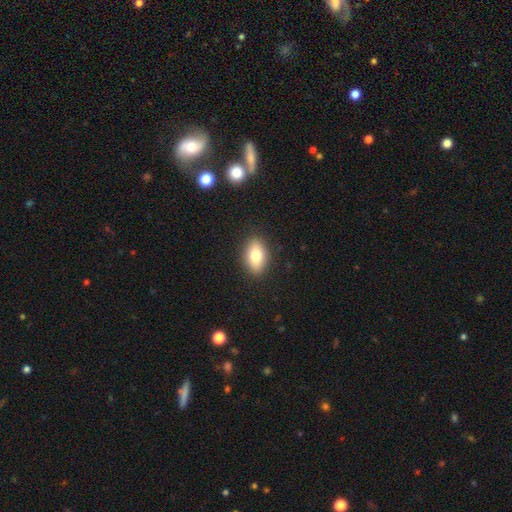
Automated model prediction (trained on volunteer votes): Smooth or featured?
  - smooth: 78% *
  - featured or disk: 14%
  - star or artifact: 8%
How rounded?
  - in between: 88% *
  - round: 8%
  - cigar-shaped: 4%
Merging?
  - none: 88% *
  - minor disturbance: 9%
  - major disturbance: 2%
  - merger: 1%